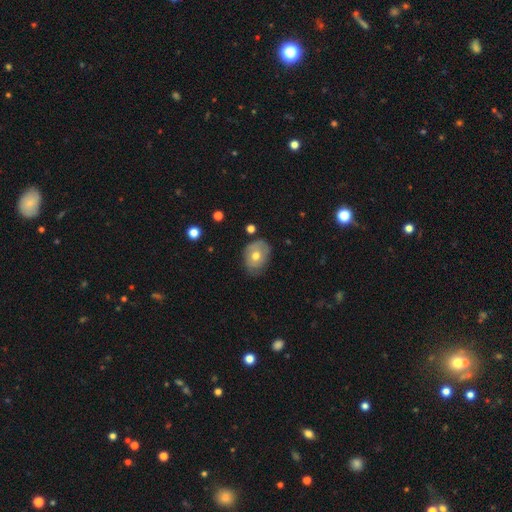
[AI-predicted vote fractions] This appears to be a smooth galaxy with no disk features (60%) that is in between round and cigar-shaped (60%). Merging: none (62%).